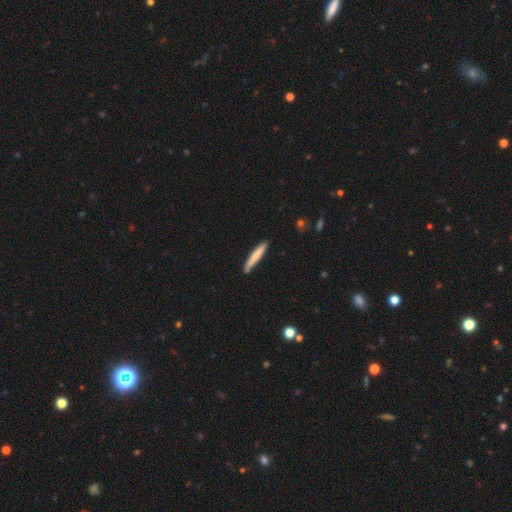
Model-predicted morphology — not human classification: Smooth or featured? smooth (71%)
How rounded? cigar-shaped (95%)
Merging? none (86%)